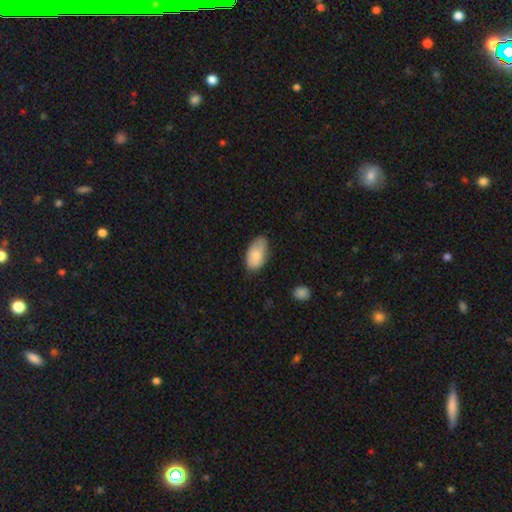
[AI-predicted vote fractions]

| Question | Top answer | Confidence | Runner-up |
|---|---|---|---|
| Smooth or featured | smooth | 82% | featured or disk (12%) |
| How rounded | in between | 94% | round (4%) |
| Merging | none | 64% | minor disturbance (29%) |